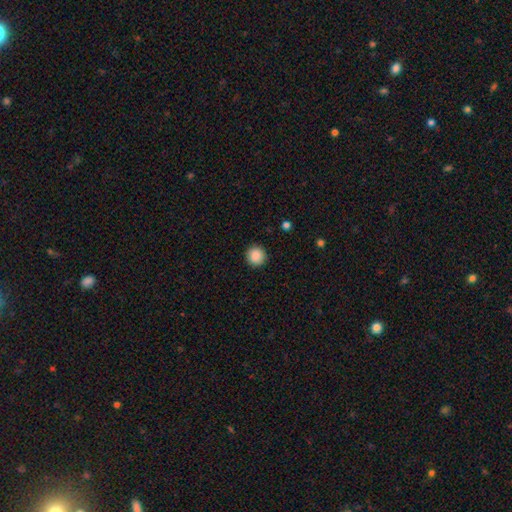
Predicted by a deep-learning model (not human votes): Smooth or featured?
  - smooth: 88% *
  - star or artifact: 9%
  - featured or disk: 3%
How rounded?
  - round: 94% *
  - in between: 5%
  - cigar-shaped: 1%
Merging?
  - none: 92% *
  - minor disturbance: 6%
  - major disturbance: 2%
  - merger: 1%